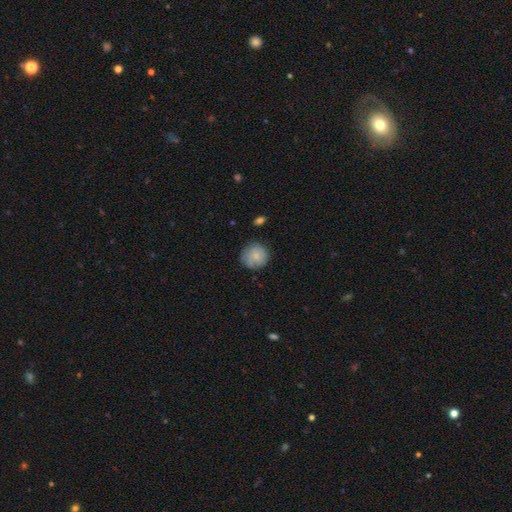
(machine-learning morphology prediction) smooth_or_featured: smooth (p=0.78) [alt: featured or disk p=0.15]
how_rounded: round (p=0.90) [alt: in between p=0.09]
merging: none (p=0.76) [alt: minor disturbance p=0.18]